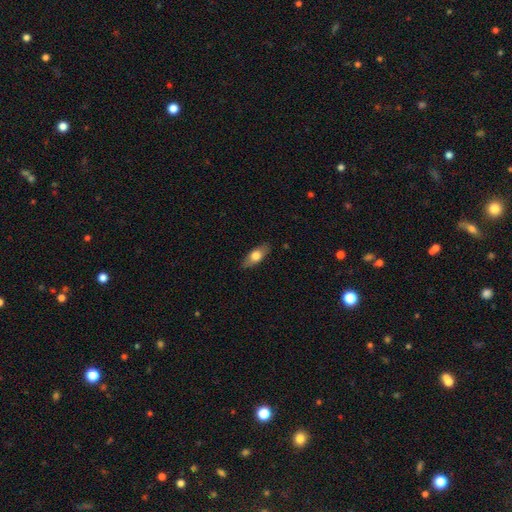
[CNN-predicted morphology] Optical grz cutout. It shows a smooth galaxy with no disk features (66%) that is in between round and cigar-shaped (76%). Merging: none (85%).